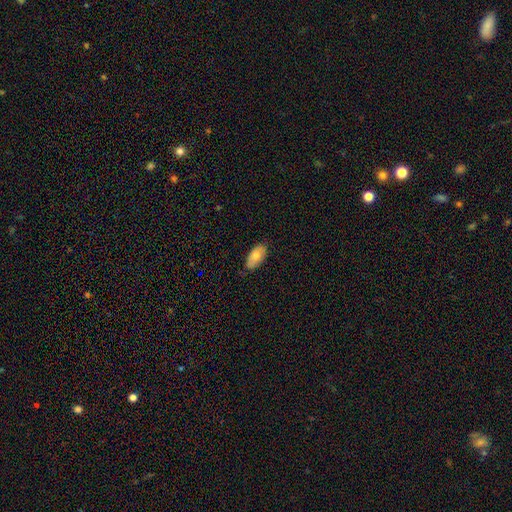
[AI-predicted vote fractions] smooth 77%, featured or disk 16%, star or artifact 7%. Down the decision tree: how rounded — in between (93%); merging — none (79%).